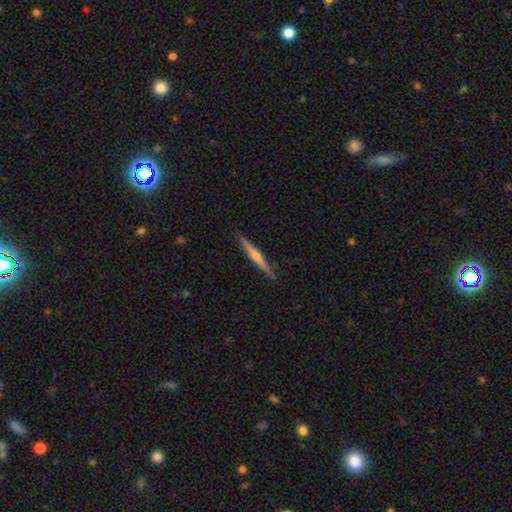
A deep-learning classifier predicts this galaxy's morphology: type=featured or disk (72%); edge-on=yes (98%); edge-on bulge=rounded (79%); merging=none (91%).